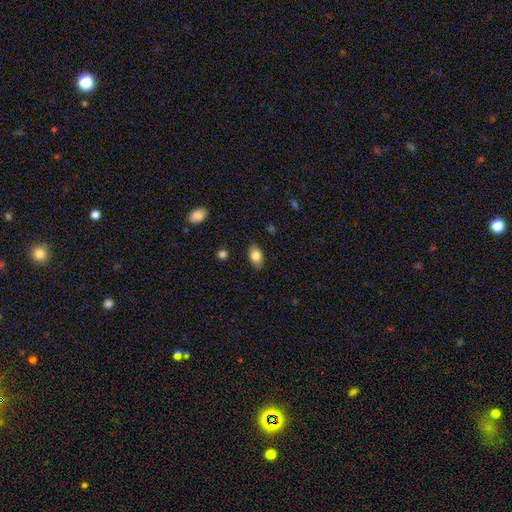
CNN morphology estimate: Overall: smooth (82%). How rounded: in between (90%). Merging: none (86%).